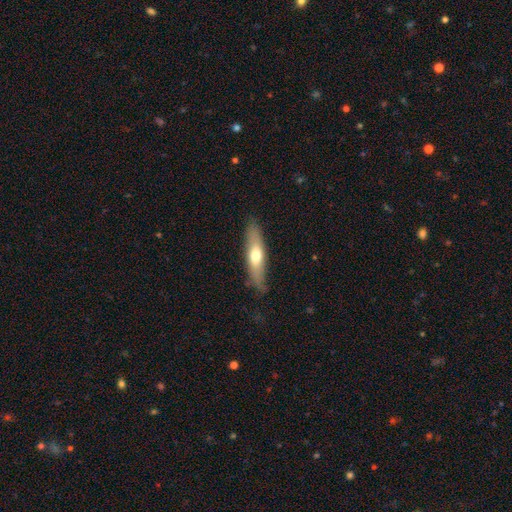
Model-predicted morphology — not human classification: This appears to be a smooth galaxy with no disk features (58%) that is cigar-shaped (71%). Merging: none (80%).